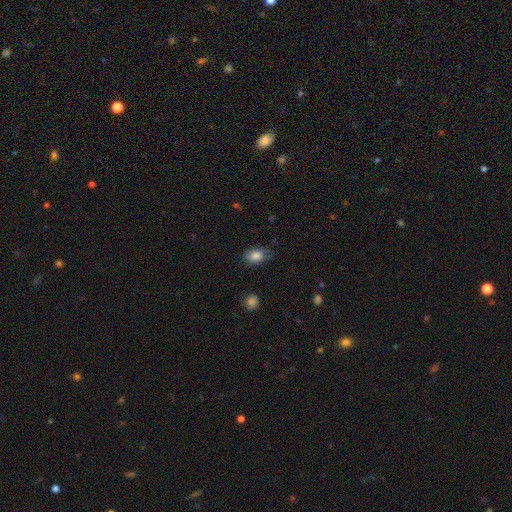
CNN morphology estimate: This appears to be a smooth galaxy with no disk features (84%) that is in between round and cigar-shaped (85%). Merging: none (71%).